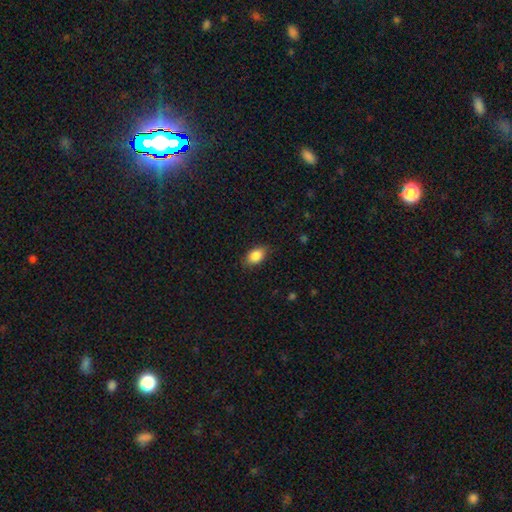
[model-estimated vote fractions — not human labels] smooth 87%, star or artifact 7%, featured or disk 5%. Down the decision tree: how rounded — in between (86%); merging — none (80%).